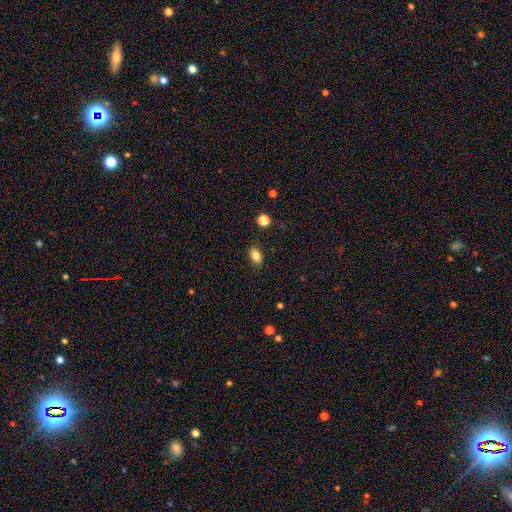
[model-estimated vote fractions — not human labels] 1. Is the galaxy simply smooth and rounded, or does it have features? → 83% smooth, 10% star or artifact, 7% featured or disk.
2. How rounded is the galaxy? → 85% in between, 12% round, 2% cigar-shaped.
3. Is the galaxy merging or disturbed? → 85% none, 11% minor disturbance, 3% major disturbance, 2% merger.